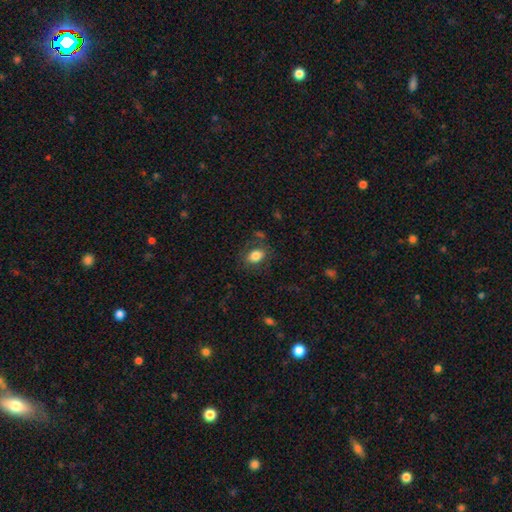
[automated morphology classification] Q: Smooth or featured?
A: smooth (81%); runner-up: featured or disk (11%)
Q: How rounded?
A: in between (76%); runner-up: round (22%)
Q: Merging?
A: none (74%); runner-up: minor disturbance (15%)